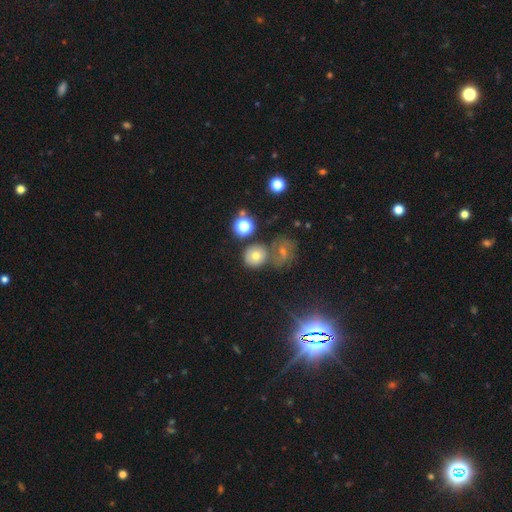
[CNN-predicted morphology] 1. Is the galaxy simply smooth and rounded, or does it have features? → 64% smooth, 21% star or artifact, 15% featured or disk.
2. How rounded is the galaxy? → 82% round, 17% in between, 1% cigar-shaped.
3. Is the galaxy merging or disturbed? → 63% none, 22% merger, 11% minor disturbance, 5% major disturbance.